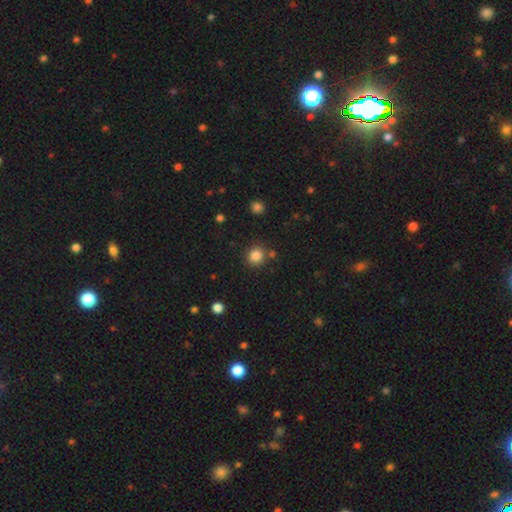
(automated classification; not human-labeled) Smooth or featured? Predicted: smooth (p=0.84). How rounded? Predicted: round (p=0.88). Merging? Predicted: none (p=0.82).